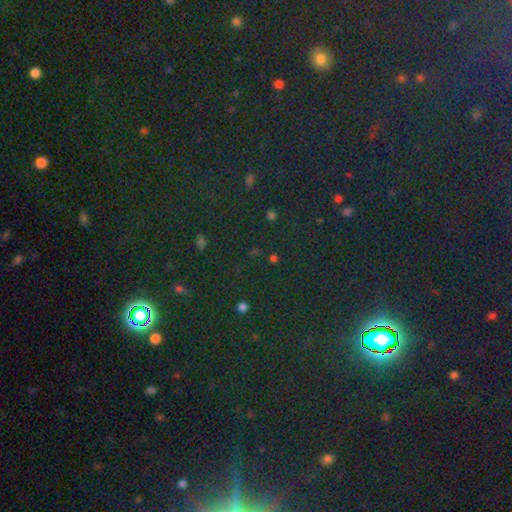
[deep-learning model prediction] Morphology: type=star or artifact (76%).